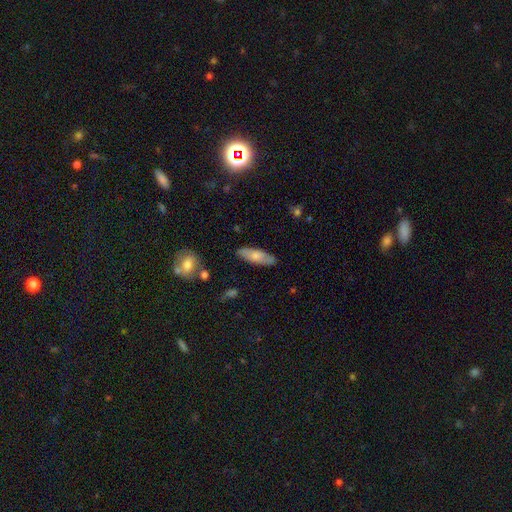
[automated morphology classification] type=smooth (70%); roundness=in between (56%); merging=none (84%).